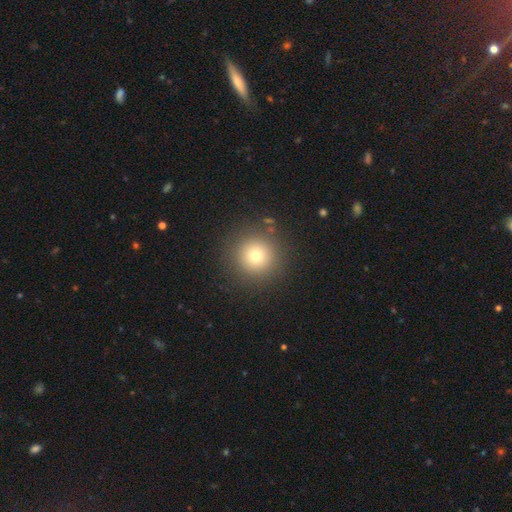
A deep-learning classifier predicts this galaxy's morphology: A smooth galaxy with no disk features (74%) that is round (95%).

Vote fractions:
- Smooth or featured? smooth: 74% / star or artifact: 16% / featured or disk: 10%
- How rounded? round: 95% / in between: 4% / cigar-shaped: 1%
- Merging? none: 89% / minor disturbance: 6% / major disturbance: 3% / merger: 2%